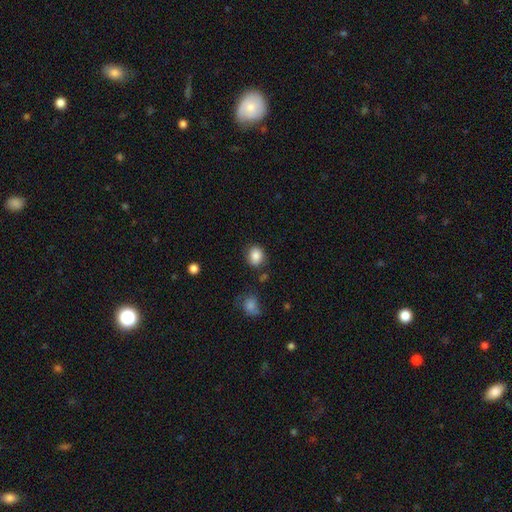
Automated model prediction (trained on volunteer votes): Morphology: type=smooth (85%); roundness=round (59%); merging=none (77%).